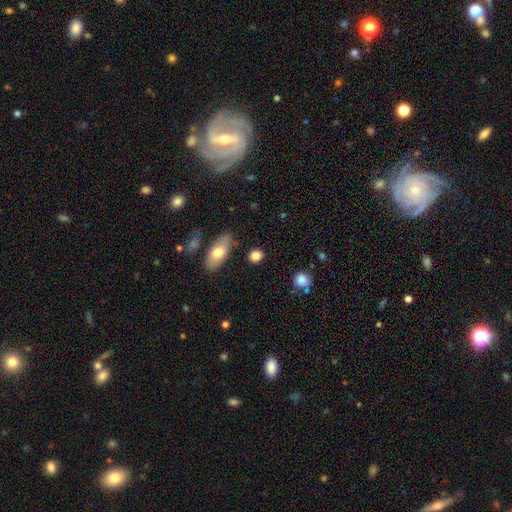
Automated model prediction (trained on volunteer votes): Morphology: type=smooth (83%); roundness=round (58%); merging=none (84%).